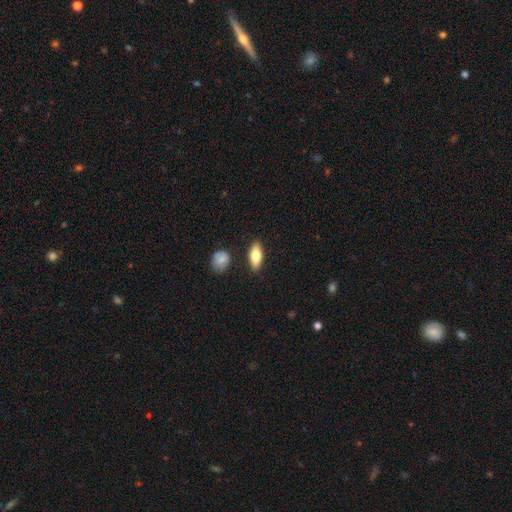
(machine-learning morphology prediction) This appears to be a smooth galaxy with no disk features (70%) that is in between round and cigar-shaped (75%). Merging: none (86%).